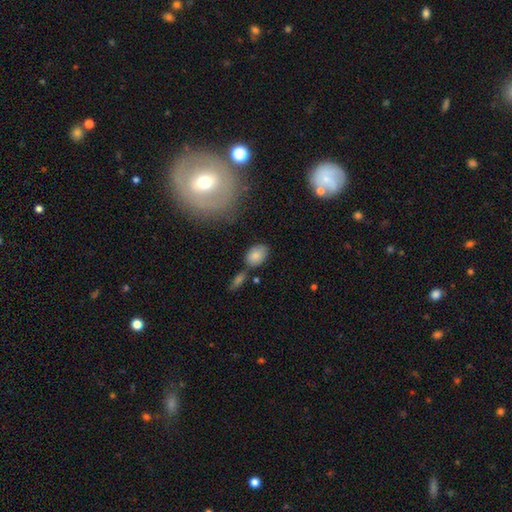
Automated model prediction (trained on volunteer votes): Smooth or featured?
  - smooth: 81% *
  - featured or disk: 11%
  - star or artifact: 8%
How rounded?
  - in between: 78% *
  - round: 20%
  - cigar-shaped: 2%
Merging?
  - none: 64% *
  - minor disturbance: 17%
  - merger: 14%
  - major disturbance: 5%